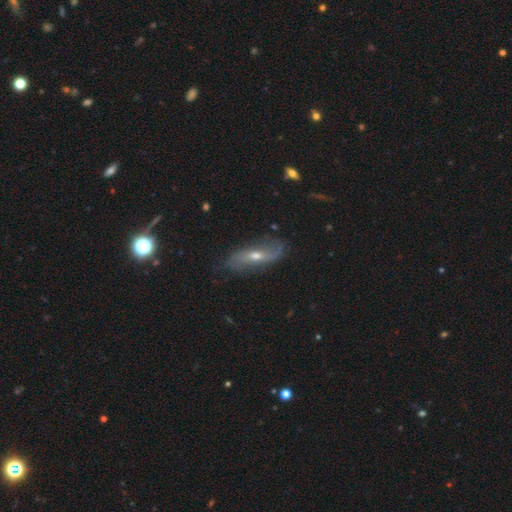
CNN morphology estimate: smooth_or_featured: featured or disk (p=0.71) [alt: smooth p=0.19]
disk_edge_on: no (p=0.72) [alt: yes p=0.28]
bar: no (p=0.44) [alt: weak p=0.35]
has_spiral_arms: yes (p=0.83) [alt: no p=0.17]
bulge_size: moderate (p=0.52) [alt: small p=0.44]
merging: none (p=0.73) [alt: minor disturbance p=0.19]